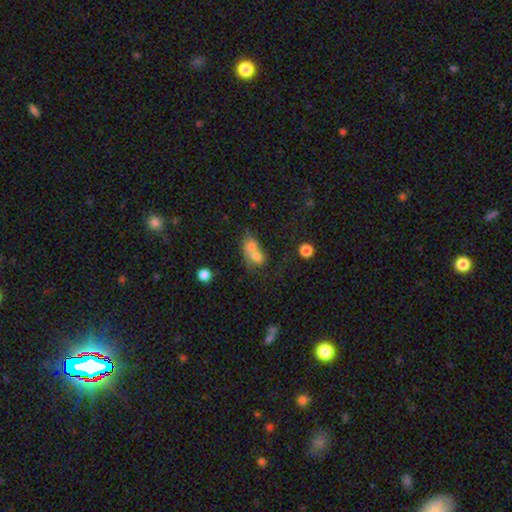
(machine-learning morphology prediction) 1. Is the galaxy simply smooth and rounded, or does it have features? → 70% smooth, 19% featured or disk, 11% star or artifact.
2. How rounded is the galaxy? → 51% in between, 47% round, 2% cigar-shaped.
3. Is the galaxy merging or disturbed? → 72% merger, 18% none, 6% minor disturbance, 4% major disturbance.